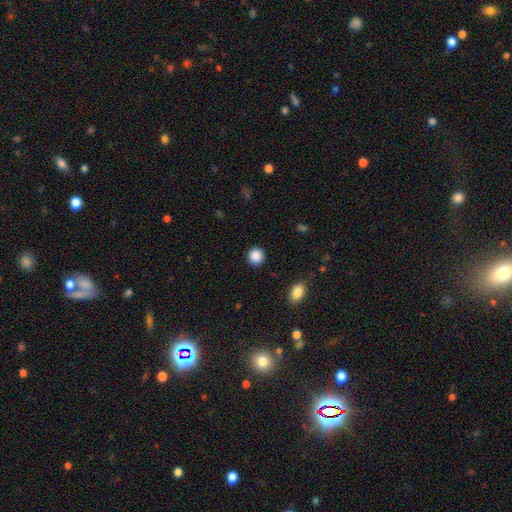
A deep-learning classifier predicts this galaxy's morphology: smooth 89%, star or artifact 8%, featured or disk 3%. Down the decision tree: how rounded — round (90%); merging — none (92%).